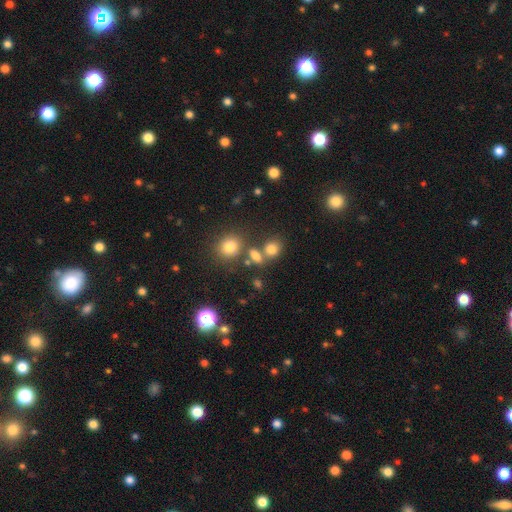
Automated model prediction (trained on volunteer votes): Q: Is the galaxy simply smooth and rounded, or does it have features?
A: smooth — 74%.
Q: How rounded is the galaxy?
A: round — 50%.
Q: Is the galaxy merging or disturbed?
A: none — 56%.